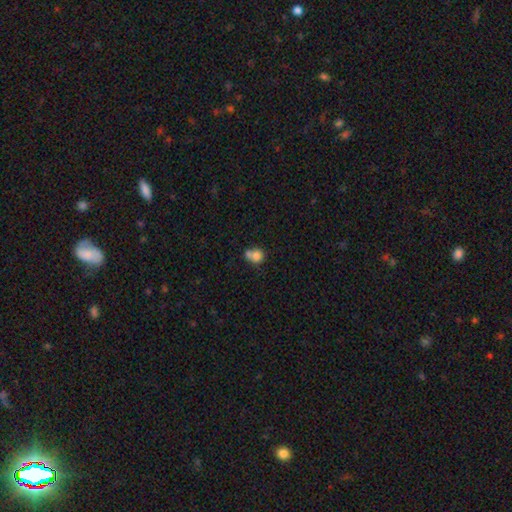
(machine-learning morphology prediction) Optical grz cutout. It shows a smooth galaxy with no disk features (78%) that is round (78%). Merging: merger (48%).